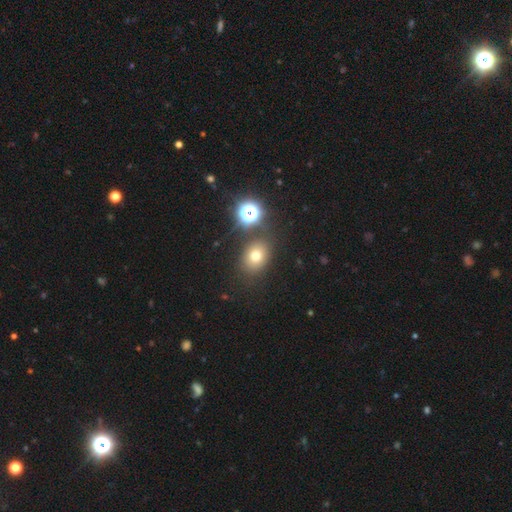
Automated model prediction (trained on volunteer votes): This appears to be a smooth galaxy with no disk features (71%) that is round (51%). Merging: none (78%).